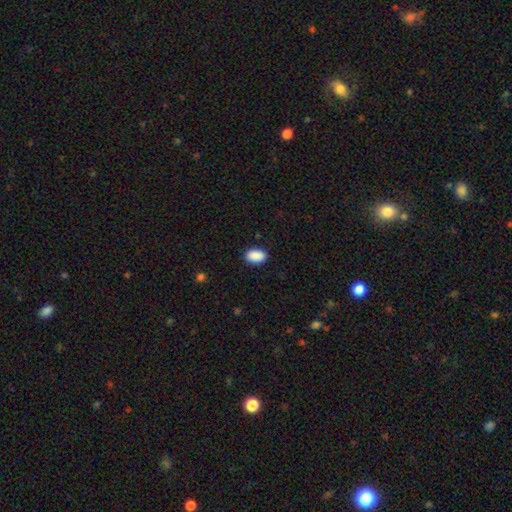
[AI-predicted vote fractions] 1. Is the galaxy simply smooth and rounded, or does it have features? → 91% smooth, 7% star or artifact, 3% featured or disk.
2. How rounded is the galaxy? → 91% in between, 7% round, 1% cigar-shaped.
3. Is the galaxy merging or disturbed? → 88% none, 9% minor disturbance, 2% major disturbance, 1% merger.